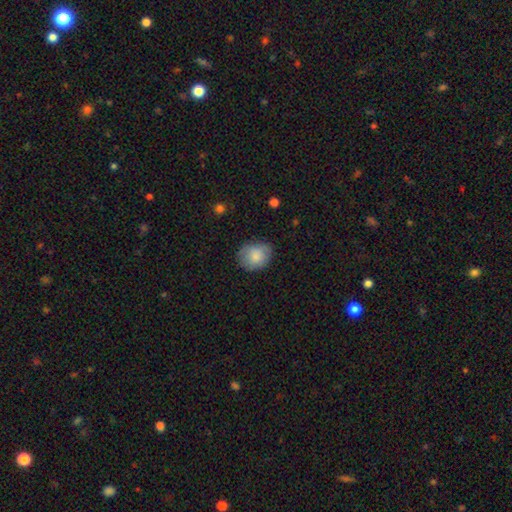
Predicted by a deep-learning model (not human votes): The model was most divided on "how rounded": round: 57%, in between: 42%, cigar-shaped: 1%. More confident: smooth or featured — smooth (81%); merging — none (72%).